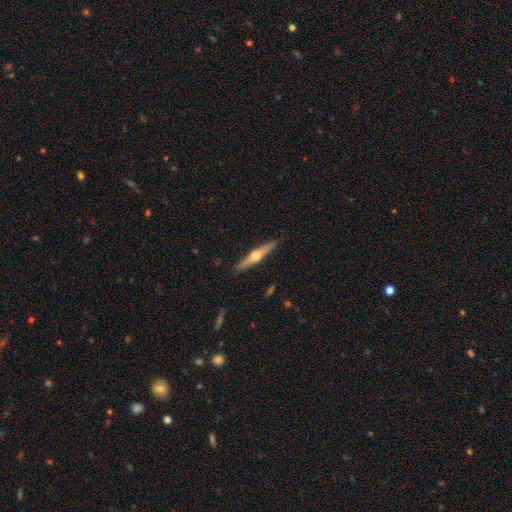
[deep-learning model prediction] Smooth or featured? featured or disk (74%)
Edge-on disk? yes (98%)
Edge-on bulge? rounded (95%)
Merging? none (91%)